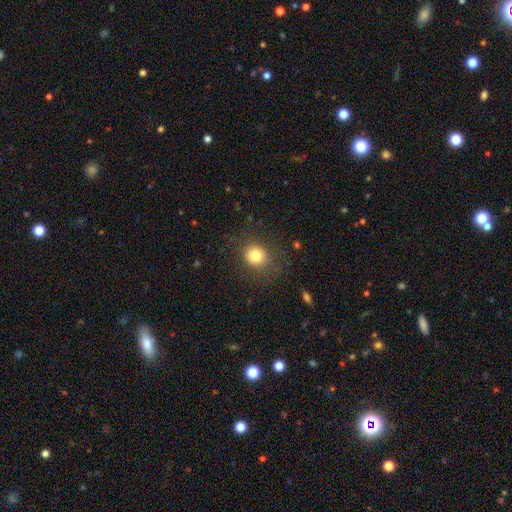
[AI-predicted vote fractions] A smooth galaxy with no disk features (79%) that is round (85%). Merging: none (83%).